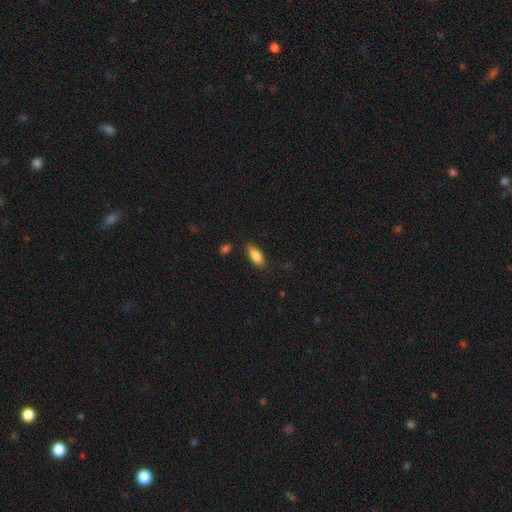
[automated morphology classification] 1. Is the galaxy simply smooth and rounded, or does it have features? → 84% smooth, 9% featured or disk, 7% star or artifact.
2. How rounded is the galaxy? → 82% in between, 16% cigar-shaped, 2% round.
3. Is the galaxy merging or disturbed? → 82% none, 13% minor disturbance, 3% major disturbance, 2% merger.